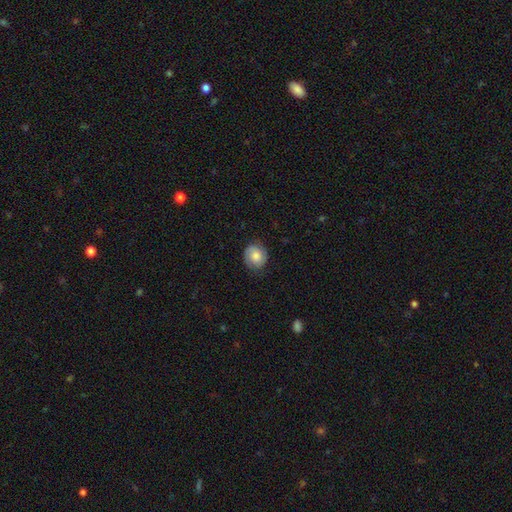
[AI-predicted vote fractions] This appears to be a smooth galaxy with no disk features (52%) that is round (74%). Merging: none (80%).